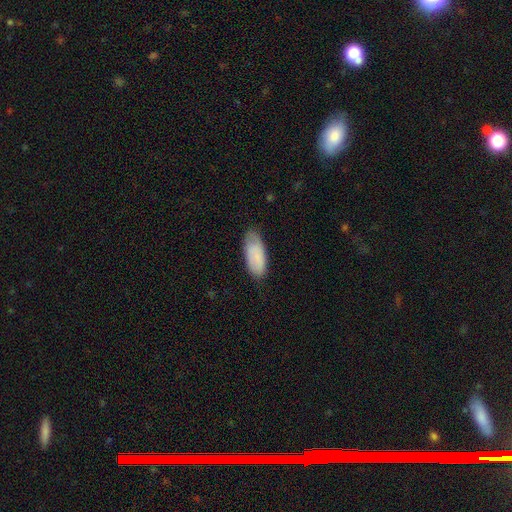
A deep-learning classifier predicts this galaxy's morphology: A smooth galaxy with no disk features (78%) that is in between round and cigar-shaped (85%).

Vote fractions:
- Smooth or featured? smooth: 78% / featured or disk: 15% / star or artifact: 6%
- How rounded? in between: 85% / cigar-shaped: 13% / round: 2%
- Merging? none: 71% / minor disturbance: 23% / major disturbance: 5% / merger: 1%